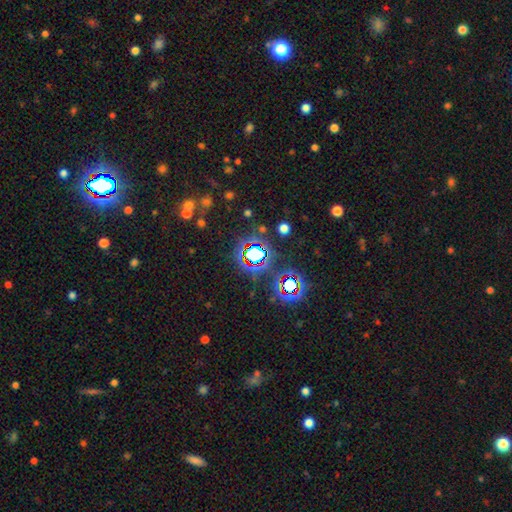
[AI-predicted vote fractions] Overall: star or artifact (66%).